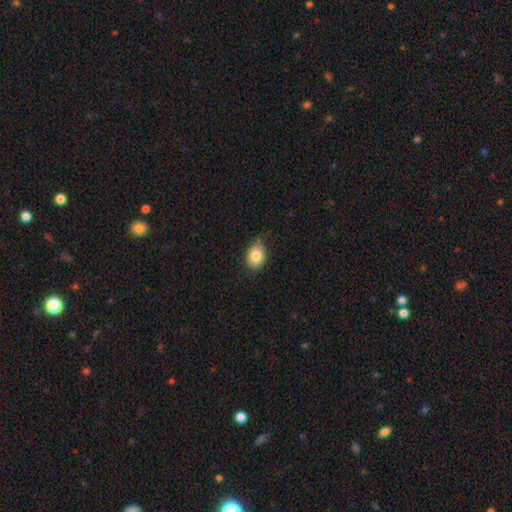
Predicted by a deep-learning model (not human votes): The model was most divided on "how rounded": in between: 66%, round: 33%, cigar-shaped: 1%. More confident: smooth or featured — smooth (82%); merging — none (71%).